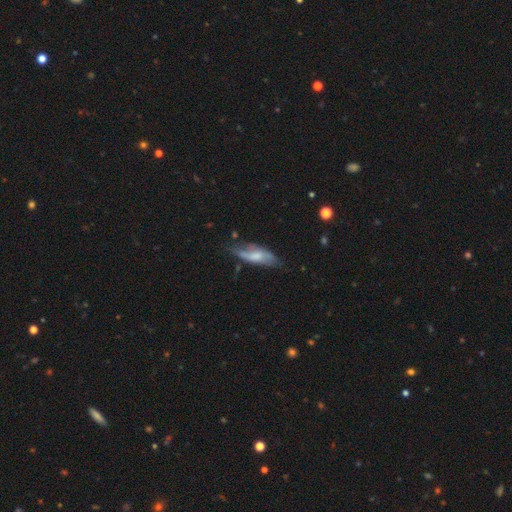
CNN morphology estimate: smooth-or-featured: smooth: 47% | featured or disk: 46% | star or artifact: 7%
  merging: none: 51% | minor disturbance: 32% | major disturbance: 13% | merger: 4%